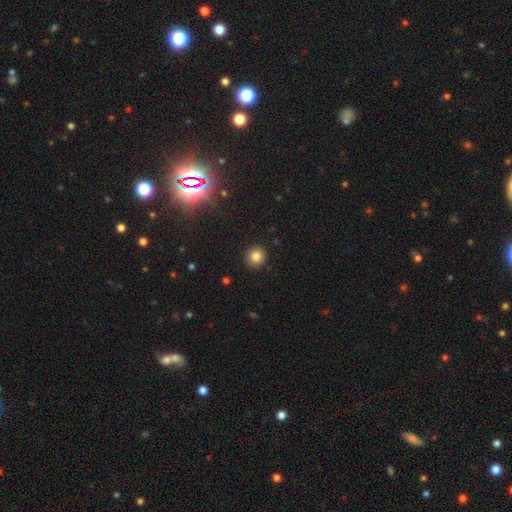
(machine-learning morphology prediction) This appears to be a smooth galaxy with no disk features (83%) that is round (89%). Merging: none (91%).